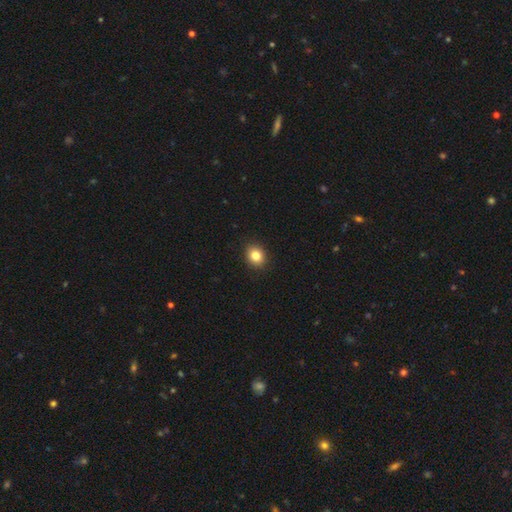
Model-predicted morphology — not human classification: Q: Smooth or featured?
A: smooth (83%); runner-up: star or artifact (10%)
Q: How rounded?
A: round (63%); runner-up: in between (36%)
Q: Merging?
A: none (91%); runner-up: minor disturbance (6%)